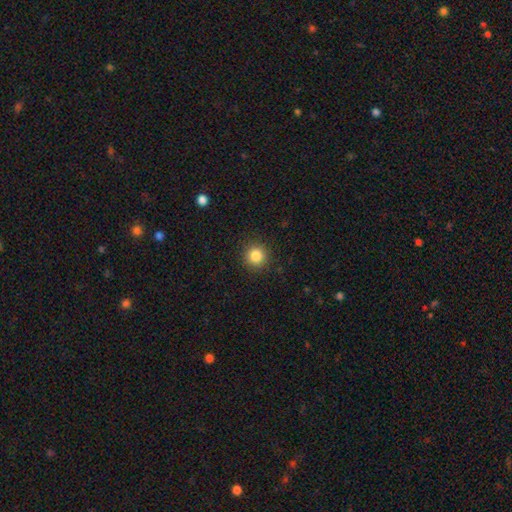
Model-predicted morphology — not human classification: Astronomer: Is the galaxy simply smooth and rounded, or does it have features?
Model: smooth — 85%.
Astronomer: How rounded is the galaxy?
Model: round — 94%.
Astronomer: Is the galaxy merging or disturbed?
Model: none — 91%.